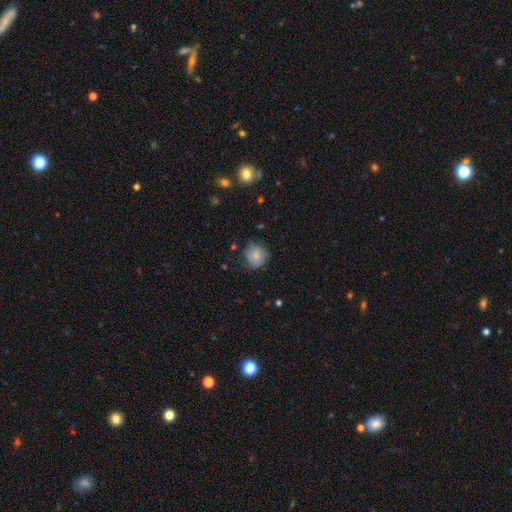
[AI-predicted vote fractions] A smooth galaxy with no disk features (72%) that is round (86%). Merging: none (71%).